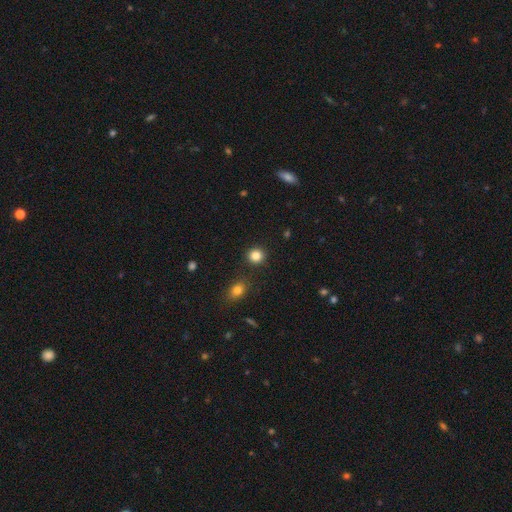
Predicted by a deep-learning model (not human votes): Morphology: type=smooth (85%); roundness=round (90%); merging=none (90%).